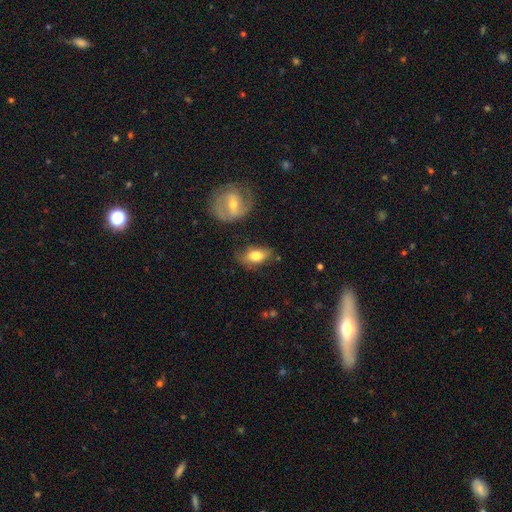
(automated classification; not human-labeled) smooth-or-featured: smooth: 70% | featured or disk: 23% | star or artifact: 7%
  how-rounded: in between: 87% | round: 8% | cigar-shaped: 5%
  merging: none: 62% | minor disturbance: 24% | major disturbance: 8% | merger: 5%